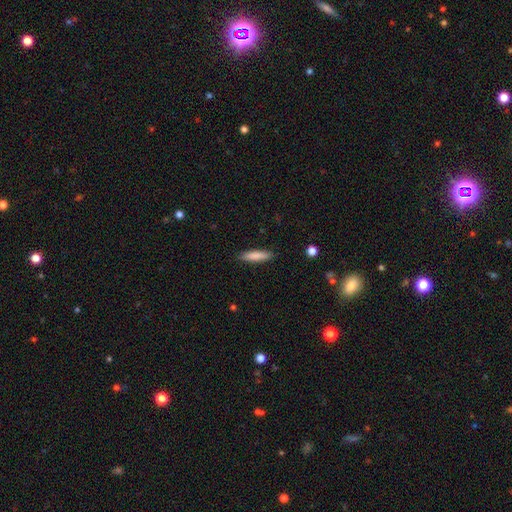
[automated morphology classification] This appears to be a smooth galaxy with no disk features (82%) that is cigar-shaped (81%). Merging: none (89%).